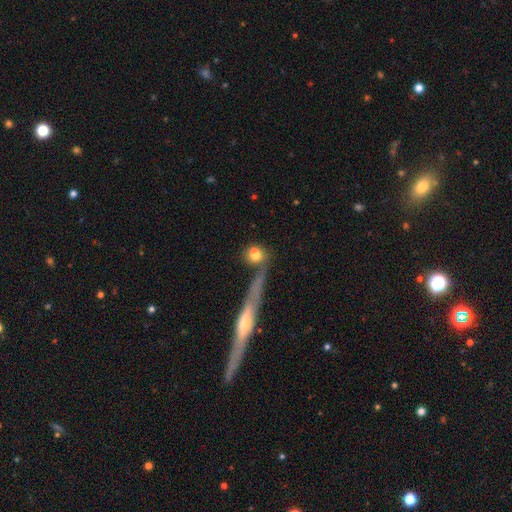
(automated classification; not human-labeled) smooth-or-featured: smooth: 70% | featured or disk: 18% | star or artifact: 12%
  how-rounded: round: 62% | in between: 26% | cigar-shaped: 11%
  merging: none: 45% | merger: 35% | minor disturbance: 11% | major disturbance: 9%